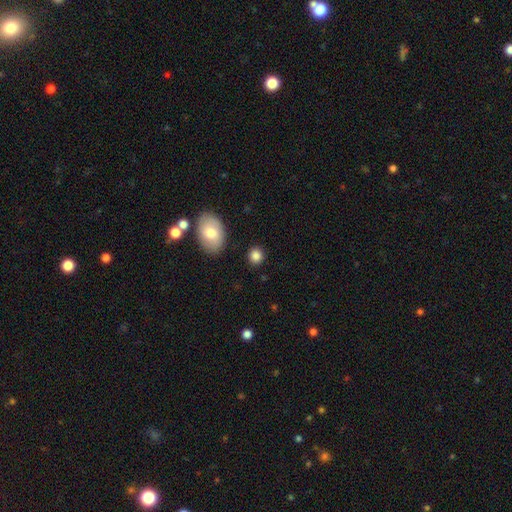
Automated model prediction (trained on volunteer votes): A smooth galaxy with no disk features (85%) that is round (78%). Merging: none (87%).